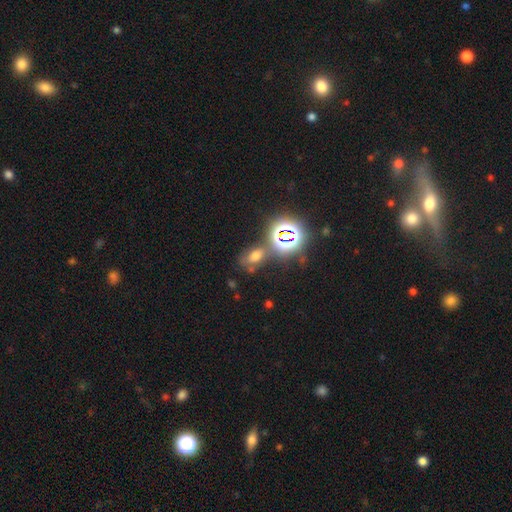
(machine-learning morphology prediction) A smooth galaxy with no disk features (51%) that is in between round and cigar-shaped (75%). Merging: none (60%).